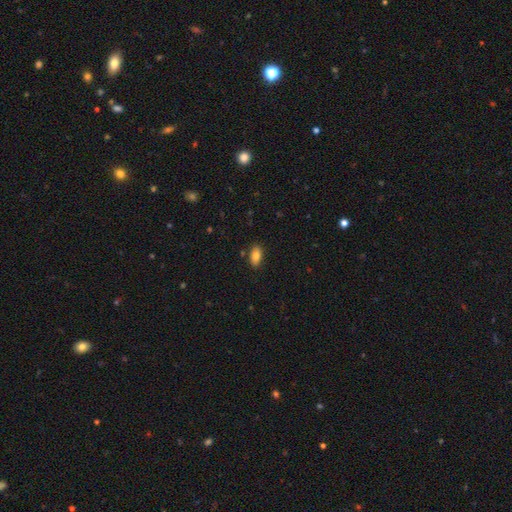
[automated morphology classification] The model was most divided on "smooth or featured": smooth: 82%, featured or disk: 9%, star or artifact: 8%. More confident: how rounded — in between (91%); merging — none (86%).